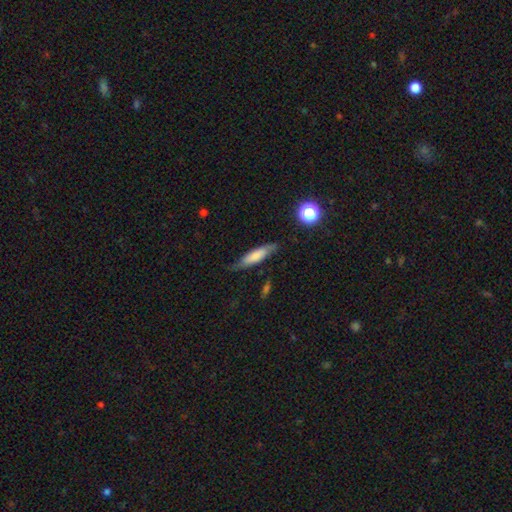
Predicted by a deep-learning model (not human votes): Morphology: type=smooth (63%); roundness=cigar-shaped (67%); merging=none (68%).